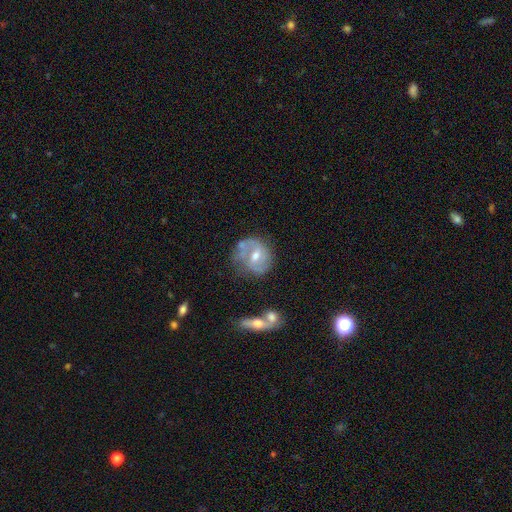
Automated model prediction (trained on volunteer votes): A featured or disk galaxy (70%) with a weak bar (49%), 2 (70%) medium (45%) spiral arms (79%) and a moderate central bulge (67%).

Vote fractions:
- Smooth or featured? featured or disk: 70% / smooth: 22% / star or artifact: 8%
- Edge-on disk? no: 96% / yes: 4%
- Bar? weak: 49% / no: 33% / strong: 17%
- Spiral arms? yes: 79% / no: 21%
- Spiral winding? medium: 45% / tight: 29% / loose: 27%
- Spiral arm count? 2: 70% / can't tell: 16% / 1: 8% / 3: 4% / 4: 1% / more than 4: 1%
- Bulge size? moderate: 67% / small: 27% / large: 3% / none: 2% / dominant: 1%
- Merging? none: 56% / minor disturbance: 23% / merger: 11% / major disturbance: 10%